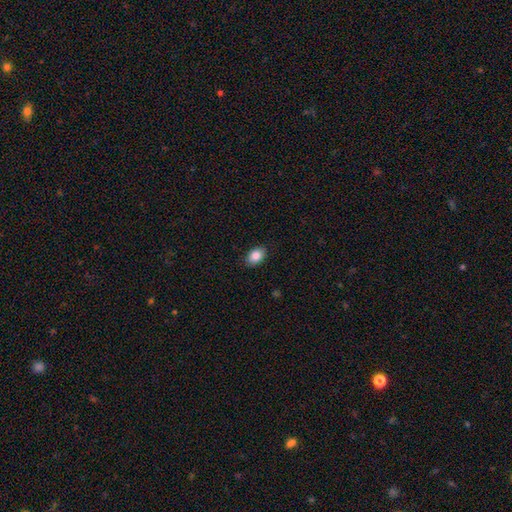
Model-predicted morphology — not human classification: type=smooth (85%); roundness=in between (87%); merging=none (88%).